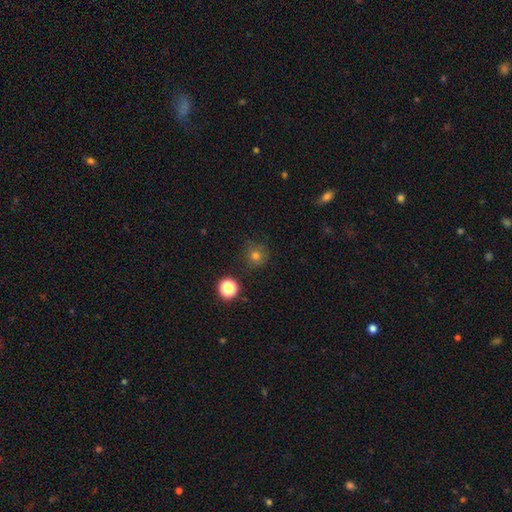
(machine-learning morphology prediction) Smooth or featured?
  - smooth: 74% *
  - star or artifact: 18%
  - featured or disk: 7%
How rounded?
  - round: 93% *
  - in between: 6%
  - cigar-shaped: 1%
Merging?
  - none: 82% *
  - minor disturbance: 12%
  - major disturbance: 4%
  - merger: 2%